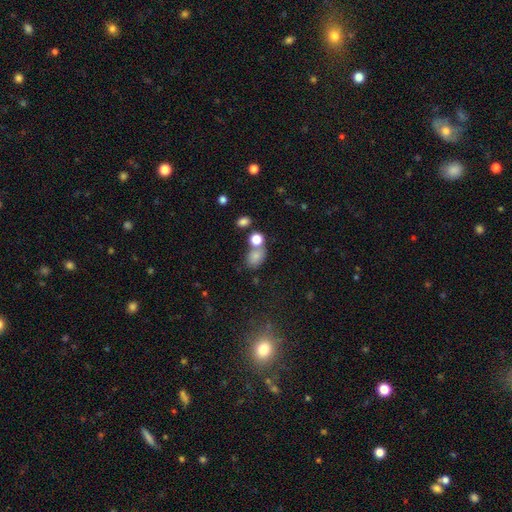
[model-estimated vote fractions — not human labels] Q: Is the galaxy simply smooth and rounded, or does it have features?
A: smooth — 78%.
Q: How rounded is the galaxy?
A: in between — 63%.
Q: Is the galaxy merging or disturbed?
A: none — 51%.